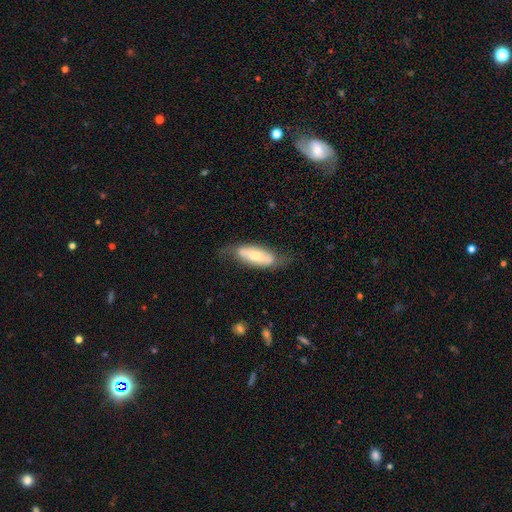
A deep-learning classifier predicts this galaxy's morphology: Overall: smooth (50%; featured or disk 44%). How rounded: in between (71%). Merging: none (59%; minor disturbance 26%).